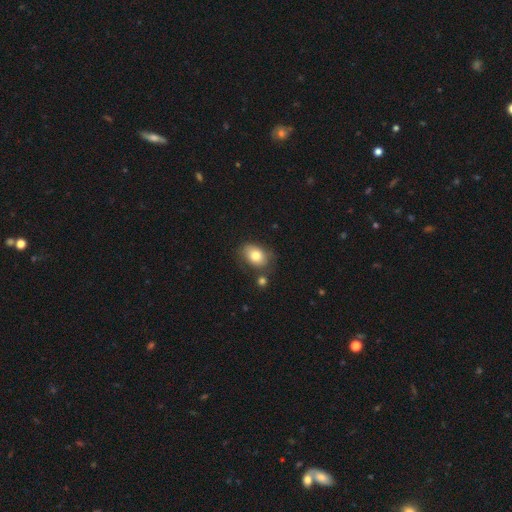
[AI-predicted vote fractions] A smooth galaxy with no disk features (79%) that is in between round and cigar-shaped (78%). Merging: none (66%).